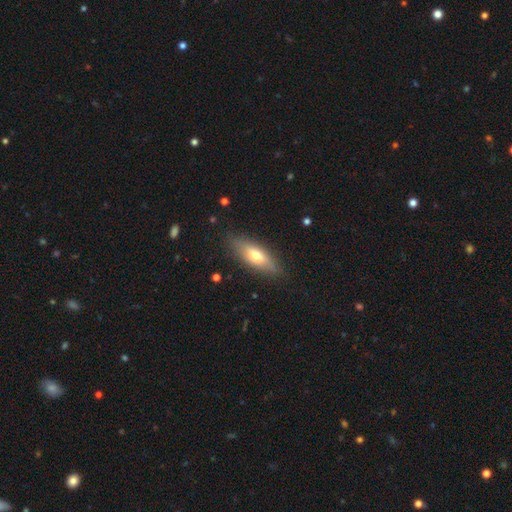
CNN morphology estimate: This is likely a smooth galaxy (60%). How rounded: possibly in between (58%). Merging: clearly none (83%).